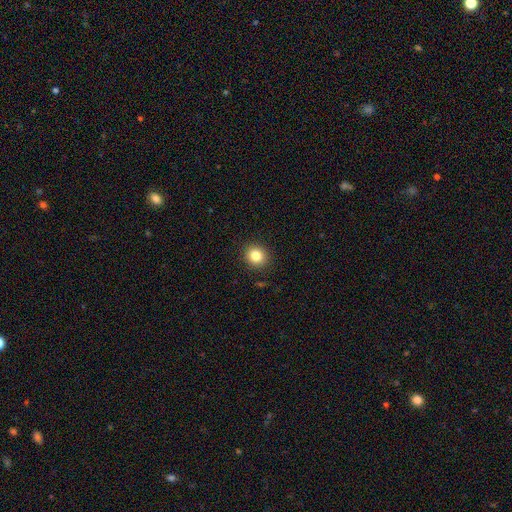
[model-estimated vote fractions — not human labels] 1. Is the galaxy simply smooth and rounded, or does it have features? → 83% smooth, 11% star or artifact, 6% featured or disk.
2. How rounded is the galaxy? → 84% round, 15% in between, 1% cigar-shaped.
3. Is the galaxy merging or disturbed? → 91% none, 6% minor disturbance, 2% major disturbance, 1% merger.